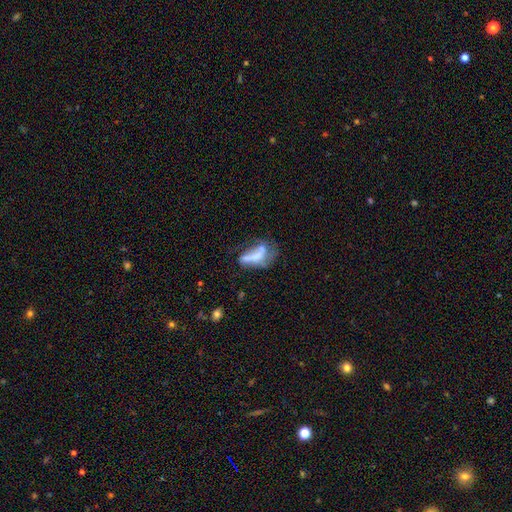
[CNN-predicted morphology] smooth_or_featured: smooth (p=0.49) [alt: featured or disk p=0.40]
merging: major disturbance (p=0.36) [alt: none p=0.24]